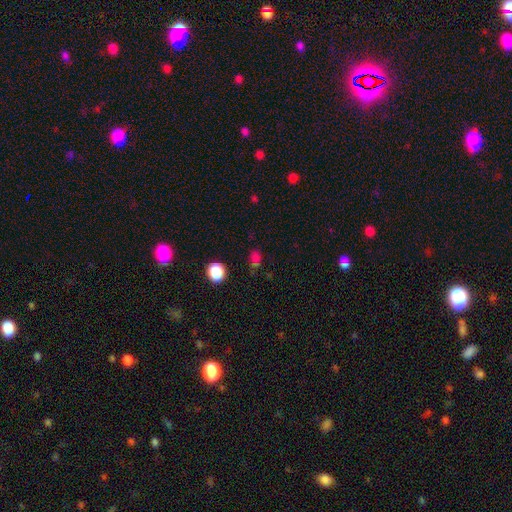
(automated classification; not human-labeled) Overall: smooth (62%; star or artifact 30%). How rounded: round (54%; in between 43%). Merging: none (65%).